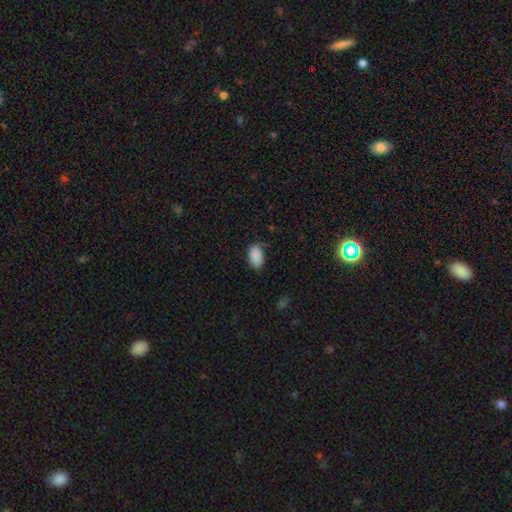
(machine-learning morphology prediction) Overall: smooth (88%). How rounded: in between (93%). Merging: none (71%).